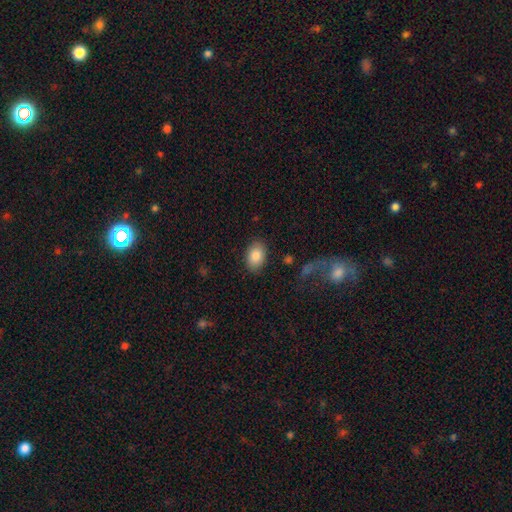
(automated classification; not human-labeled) Smooth or featured? Predicted: smooth (p=0.84). How rounded? Predicted: in between (p=0.85). Merging? Predicted: none (p=0.86).